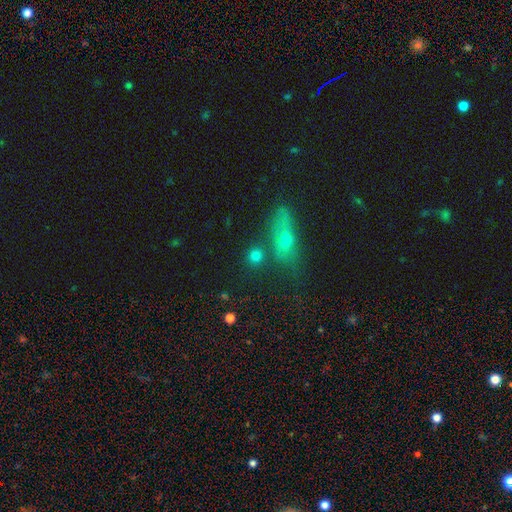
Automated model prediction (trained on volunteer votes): Smooth or featured: smooth — 78% (star or artifact — 13%)
How rounded: round — 82% (in between — 15%)
Merging: none — 74% (merger — 13%)